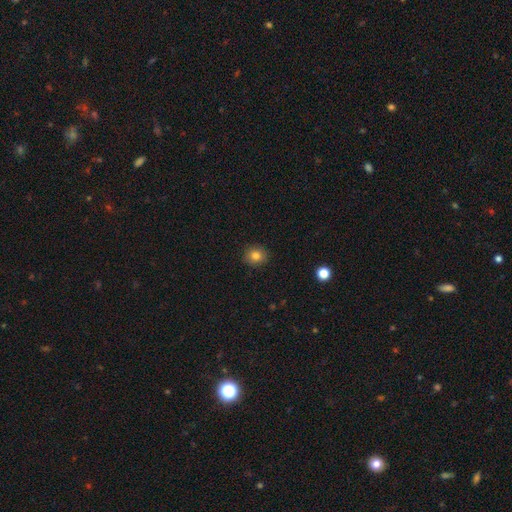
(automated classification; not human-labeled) Q: Smooth or featured?
A: smooth (82%); runner-up: star or artifact (11%)
Q: How rounded?
A: round (81%); runner-up: in between (19%)
Q: Merging?
A: none (90%); runner-up: minor disturbance (7%)